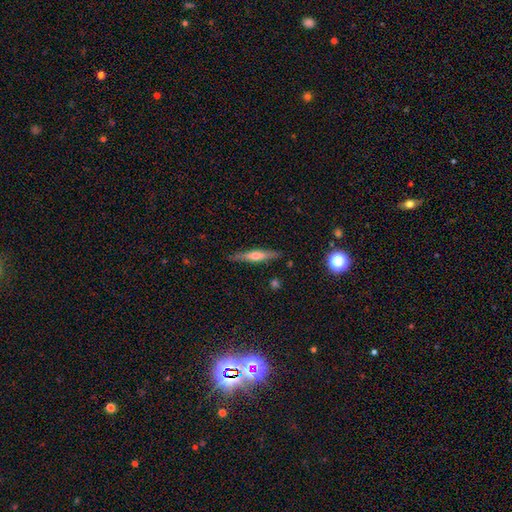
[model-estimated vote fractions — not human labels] A featured or disk galaxy (52%) viewed edge-on (95%). Merging: none (86%).